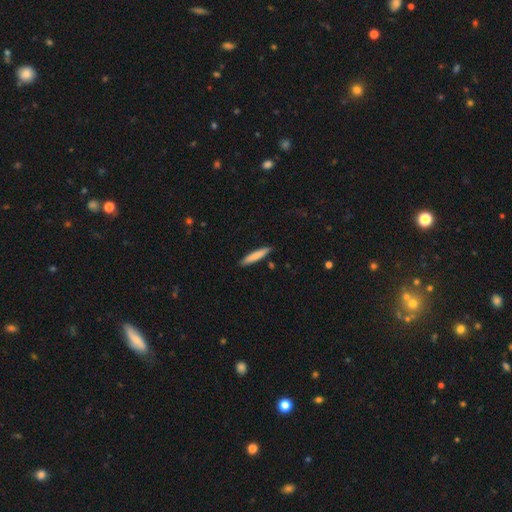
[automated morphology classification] Smooth or featured?
  - smooth: 80% *
  - featured or disk: 15%
  - star or artifact: 6%
How rounded?
  - cigar-shaped: 91% *
  - in between: 8%
  - round: 1%
Merging?
  - none: 89% *
  - minor disturbance: 8%
  - merger: 2%
  - major disturbance: 2%